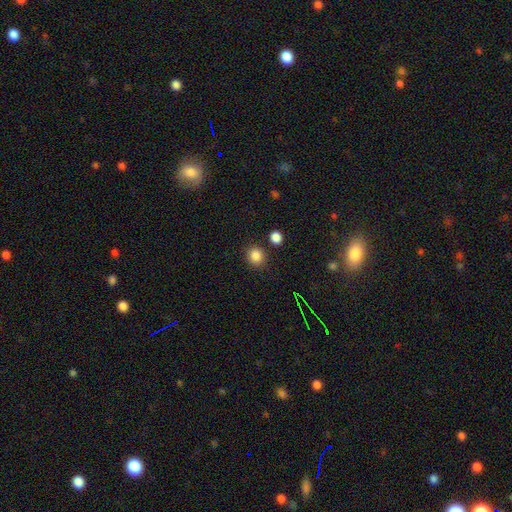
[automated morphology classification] This appears to be a smooth galaxy with no disk features (85%) that is round (83%). Merging: none (84%).